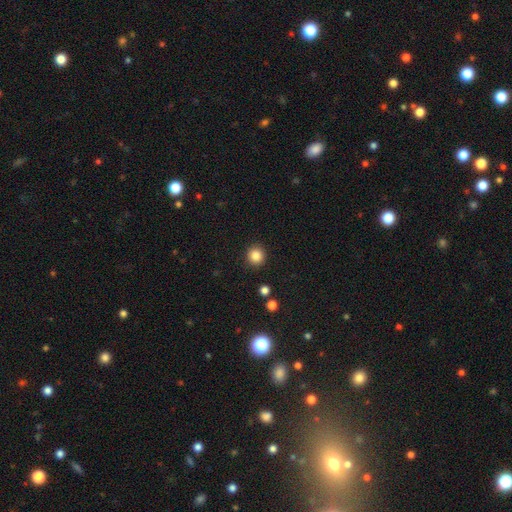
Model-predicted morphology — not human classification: This is clearly a smooth galaxy (85%). How rounded: clearly round (91%). Merging: clearly none (91%).